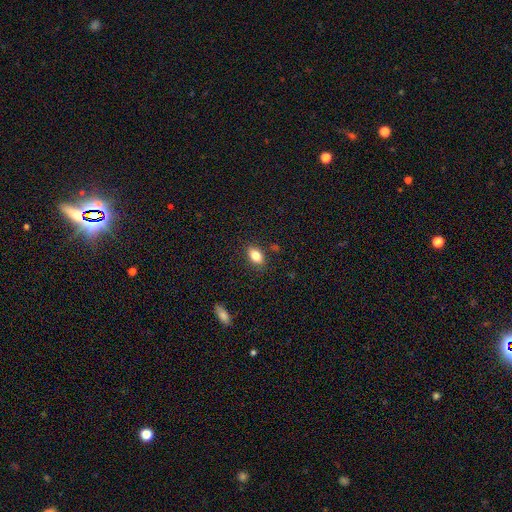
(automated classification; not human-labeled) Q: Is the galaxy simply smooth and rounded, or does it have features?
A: smooth — 83%.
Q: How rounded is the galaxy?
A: in between — 87%.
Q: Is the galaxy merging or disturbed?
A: none — 85%.